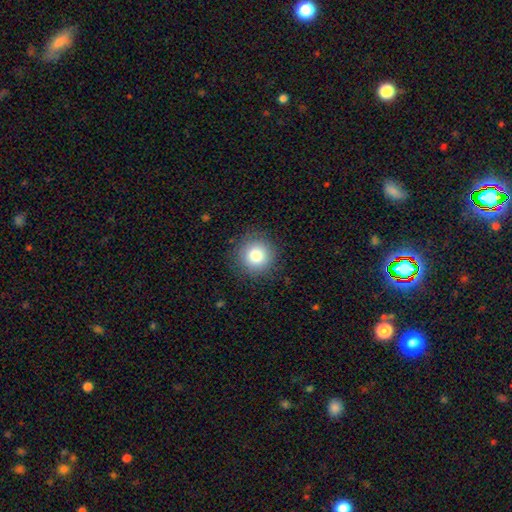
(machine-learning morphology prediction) Q: Smooth or featured?
A: smooth (81%); runner-up: star or artifact (11%)
Q: How rounded?
A: round (93%); runner-up: in between (6%)
Q: Merging?
A: none (88%); runner-up: minor disturbance (8%)